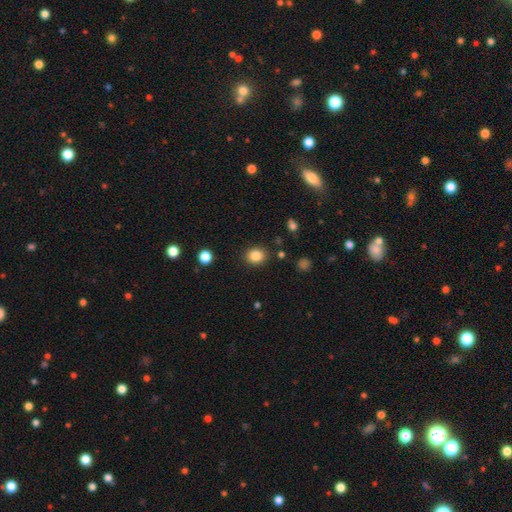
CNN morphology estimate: Smooth or featured? smooth (84%)
How rounded? round (64%)
Merging? none (88%)